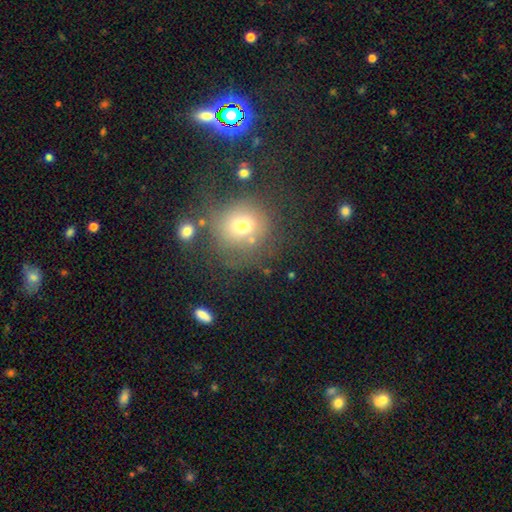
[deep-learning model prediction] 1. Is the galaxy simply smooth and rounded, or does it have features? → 58% smooth, 26% star or artifact, 16% featured or disk.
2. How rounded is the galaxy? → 86% round, 12% in between, 1% cigar-shaped.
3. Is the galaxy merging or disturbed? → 69% none, 14% minor disturbance, 8% major disturbance, 8% merger.